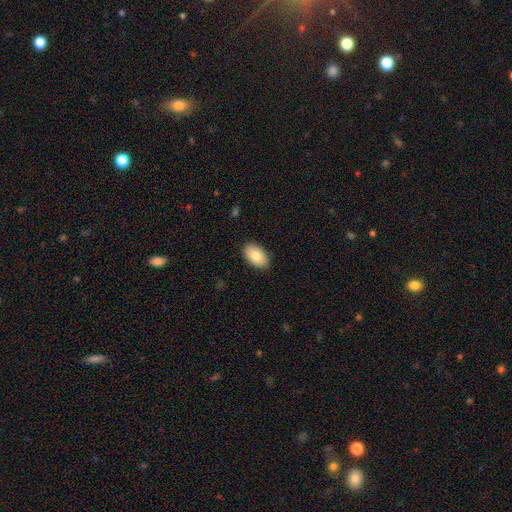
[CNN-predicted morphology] Q: Smooth or featured?
A: smooth (83%); runner-up: featured or disk (11%)
Q: How rounded?
A: in between (94%); runner-up: round (5%)
Q: Merging?
A: none (88%); runner-up: minor disturbance (9%)